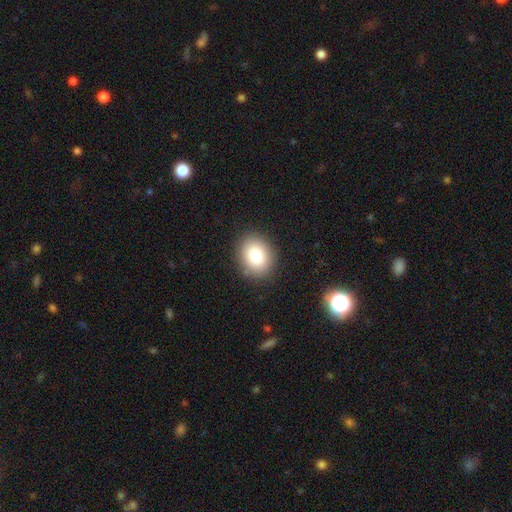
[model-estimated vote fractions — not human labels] Morphology: type=smooth (82%); roundness=round (52%); merging=none (87%).